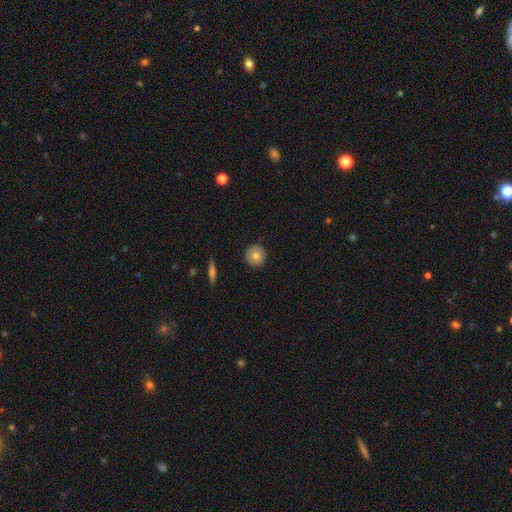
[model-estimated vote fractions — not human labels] This appears to be a smooth galaxy with no disk features (76%) that is round (94%). Merging: none (90%).